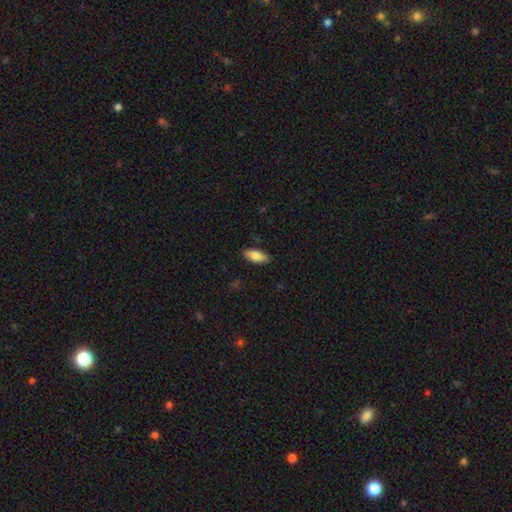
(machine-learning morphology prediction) Overall: smooth (82%). How rounded: in between (80%). Merging: none (87%).